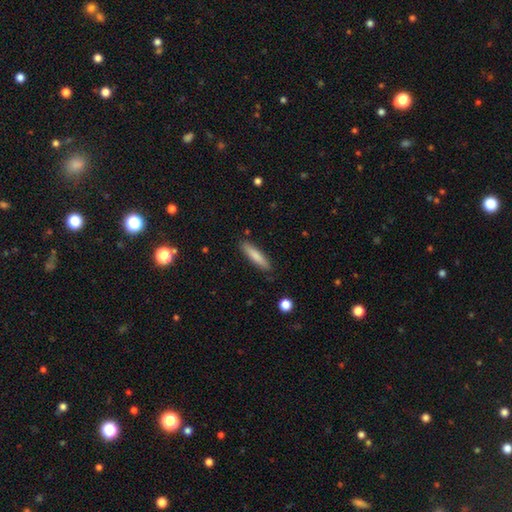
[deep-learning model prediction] smooth 79%, featured or disk 15%, star or artifact 6%. Down the decision tree: how rounded — cigar-shaped (83%); merging — none (87%).